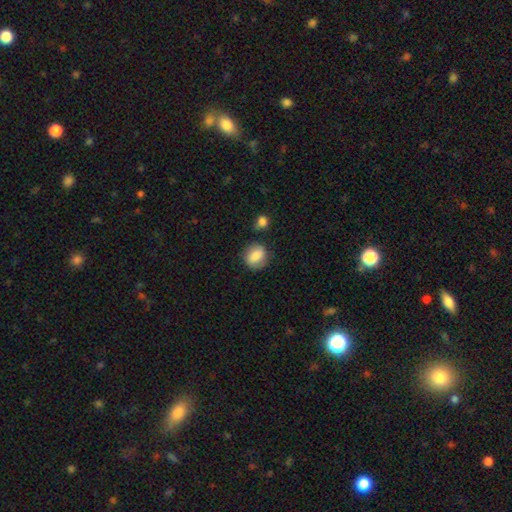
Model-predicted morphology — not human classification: smooth_or_featured: smooth (p=0.81) [alt: featured or disk p=0.11]
how_rounded: round (p=0.62) [alt: in between p=0.36]
merging: none (p=0.72) [alt: minor disturbance p=0.17]